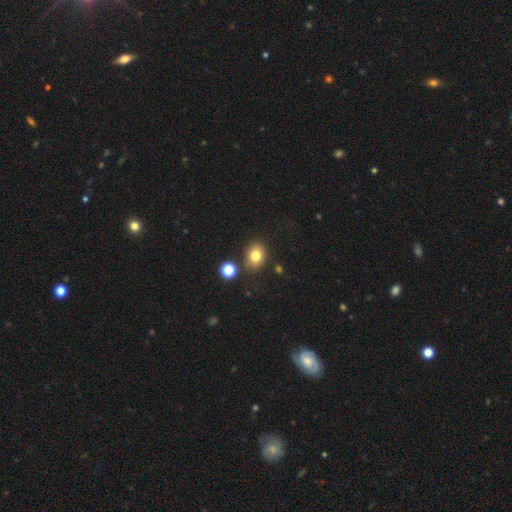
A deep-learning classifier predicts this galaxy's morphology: smooth 81%, star or artifact 11%, featured or disk 8%. Down the decision tree: how rounded — in between (51%); merging — none (80%).